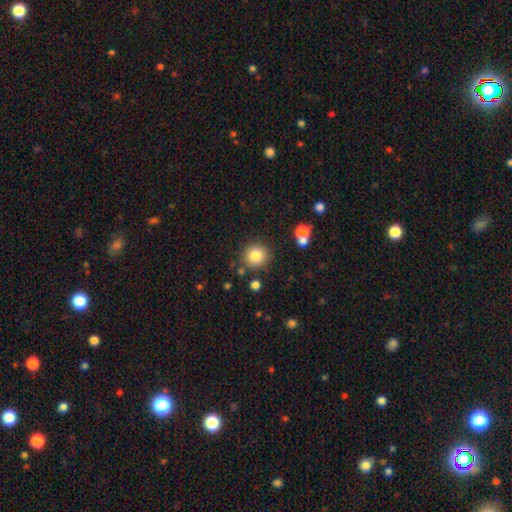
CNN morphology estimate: Smooth or featured? smooth (82%)
How rounded? round (92%)
Merging? none (84%)